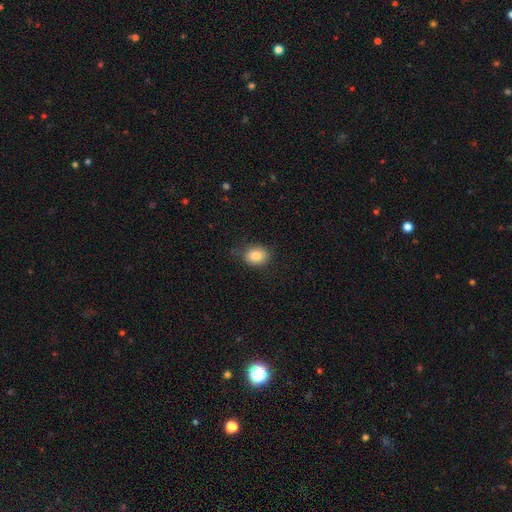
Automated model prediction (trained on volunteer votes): This is clearly a smooth galaxy (84%). How rounded: possibly in between (54%). Merging: likely none (77%).